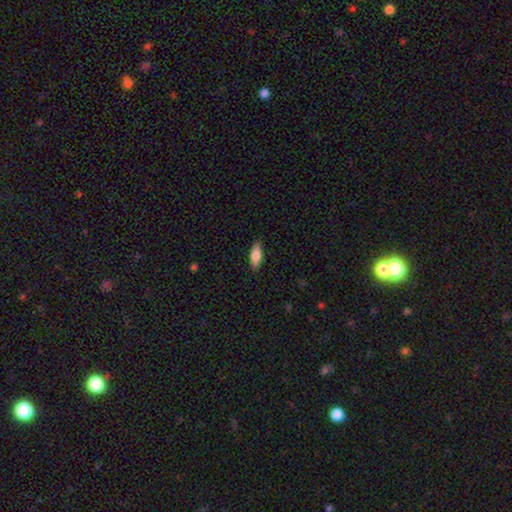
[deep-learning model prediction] Q: Smooth or featured?
A: smooth (79%); runner-up: featured or disk (15%)
Q: How rounded?
A: in between (65%); runner-up: cigar-shaped (33%)
Q: Merging?
A: none (86%); runner-up: minor disturbance (11%)